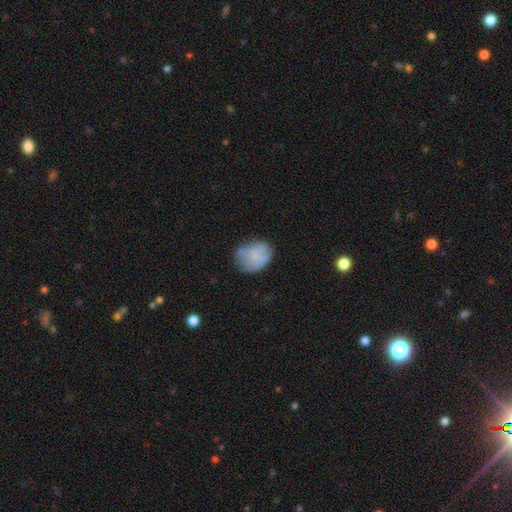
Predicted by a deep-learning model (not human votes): A smooth galaxy with no disk features (69%) that is in between round and cigar-shaped (52%).

Vote fractions:
- Smooth or featured? smooth: 69% / featured or disk: 23% / star or artifact: 8%
- How rounded? in between: 52% / round: 47% / cigar-shaped: 1%
- Merging? none: 57% / minor disturbance: 28% / major disturbance: 11% / merger: 4%